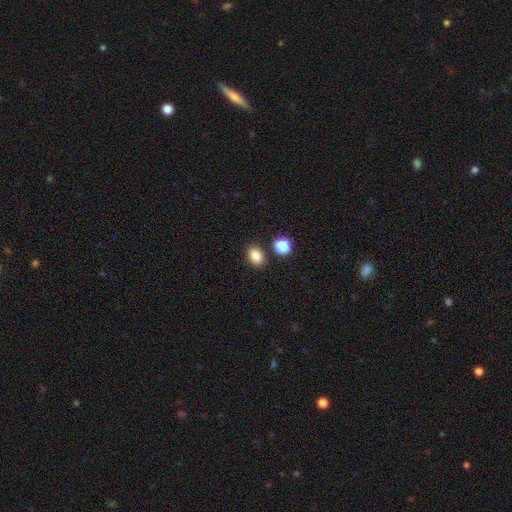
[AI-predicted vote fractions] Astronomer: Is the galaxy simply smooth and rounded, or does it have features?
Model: smooth — 84%.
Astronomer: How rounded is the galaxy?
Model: in between — 64%.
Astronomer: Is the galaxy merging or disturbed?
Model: none — 84%.